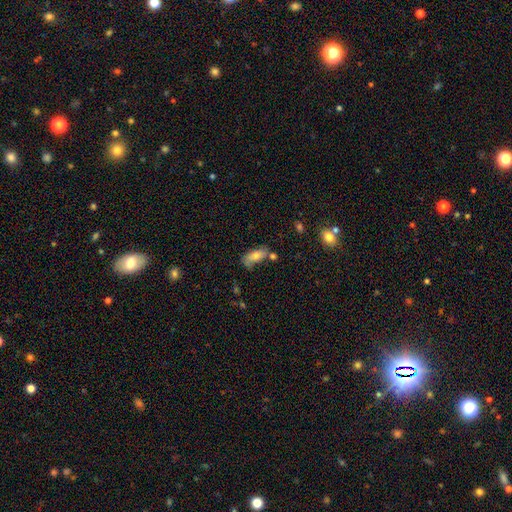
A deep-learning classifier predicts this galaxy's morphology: A smooth galaxy with no disk features (69%) that is in between round and cigar-shaped (83%).

Vote fractions:
- Smooth or featured? smooth: 69% / featured or disk: 23% / star or artifact: 9%
- How rounded? in between: 83% / cigar-shaped: 14% / round: 4%
- Merging? none: 49% / minor disturbance: 26% / merger: 15% / major disturbance: 10%